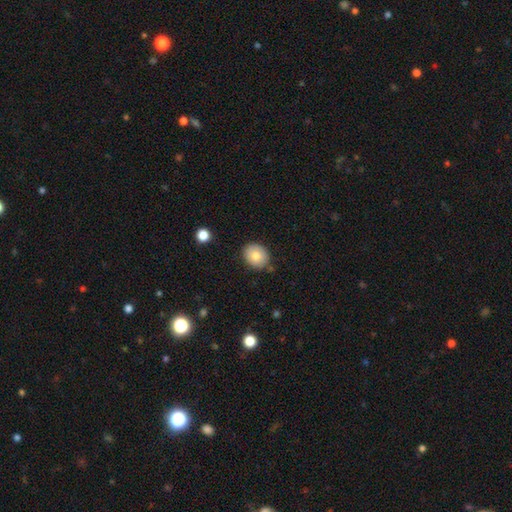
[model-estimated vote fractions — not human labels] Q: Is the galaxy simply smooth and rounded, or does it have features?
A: smooth — 82%.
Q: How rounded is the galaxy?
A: round — 50%.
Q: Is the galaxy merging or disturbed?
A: none — 82%.